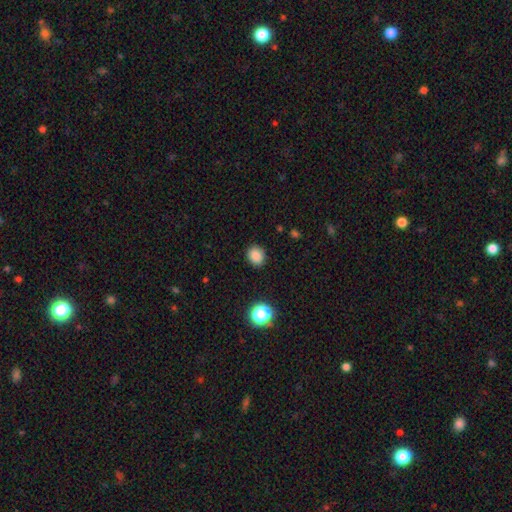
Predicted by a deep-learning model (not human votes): A smooth galaxy with no disk features (84%) that is round (70%).

Vote fractions:
- Smooth or featured? smooth: 84% / star or artifact: 12% / featured or disk: 4%
- How rounded? round: 70% / in between: 29% / cigar-shaped: 1%
- Merging? none: 88% / minor disturbance: 8% / major disturbance: 2% / merger: 1%